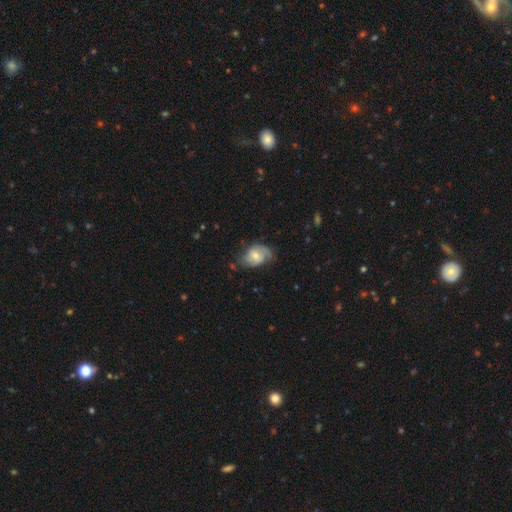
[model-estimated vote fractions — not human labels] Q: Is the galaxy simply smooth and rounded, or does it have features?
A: featured or disk — 59%.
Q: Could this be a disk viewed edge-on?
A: no — 96%.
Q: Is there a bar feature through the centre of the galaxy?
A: no — 50%.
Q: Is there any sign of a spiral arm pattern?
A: yes — 85%.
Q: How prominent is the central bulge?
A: moderate — 50%.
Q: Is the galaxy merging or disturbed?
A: none — 53%.